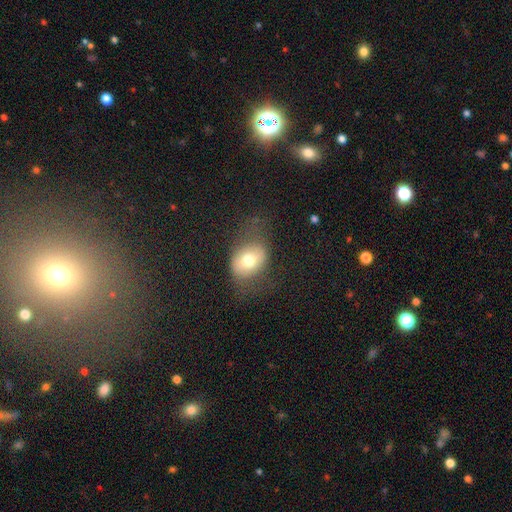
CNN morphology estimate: type=smooth (61%); roundness=in between (66%); merging=none (56%).